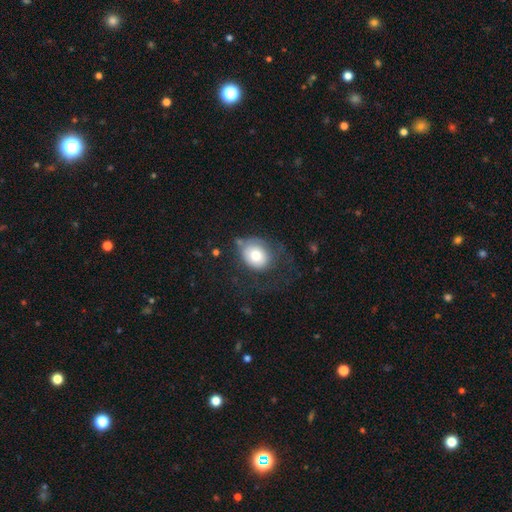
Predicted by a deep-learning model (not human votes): A smooth galaxy with no disk features (71%) that is round (59%). Merging: none (45%).